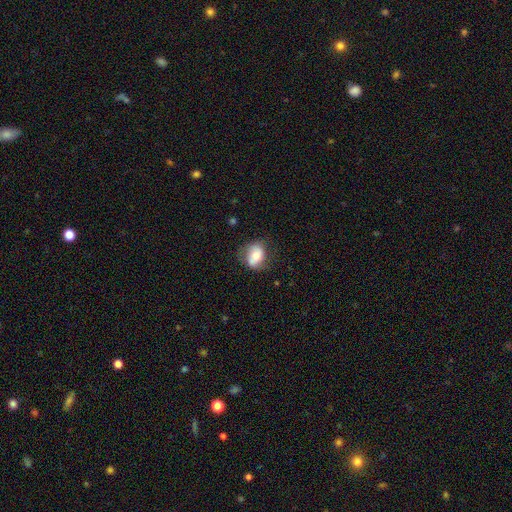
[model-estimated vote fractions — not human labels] Q: Smooth or featured?
A: smooth (64%); runner-up: featured or disk (28%)
Q: How rounded?
A: in between (64%); runner-up: round (35%)
Q: Merging?
A: none (62%); runner-up: minor disturbance (25%)